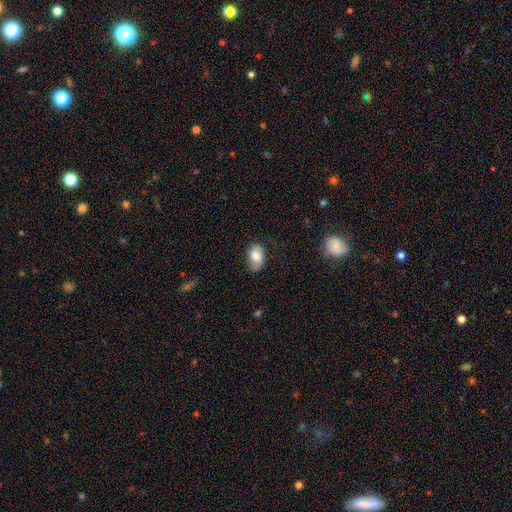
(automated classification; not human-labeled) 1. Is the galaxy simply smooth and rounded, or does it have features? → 64% smooth, 28% featured or disk, 8% star or artifact.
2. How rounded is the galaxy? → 86% in between, 12% round, 2% cigar-shaped.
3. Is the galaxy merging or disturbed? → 63% none, 27% minor disturbance, 8% major disturbance, 2% merger.